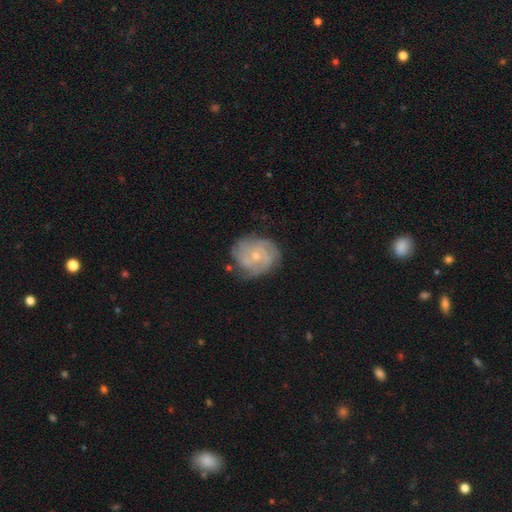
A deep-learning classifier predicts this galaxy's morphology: Smooth or featured? Predicted: featured or disk (p=0.73). Edge-on disk? Predicted: no (p=0.97). Bar? Predicted: no (p=0.77). Spiral arms? Predicted: yes (p=0.88). Spiral winding? Predicted: tight (p=0.60). Spiral arm count? Predicted: can't tell (p=0.37). Bulge size? Predicted: small (p=0.67). Merging? Predicted: none (p=0.68).